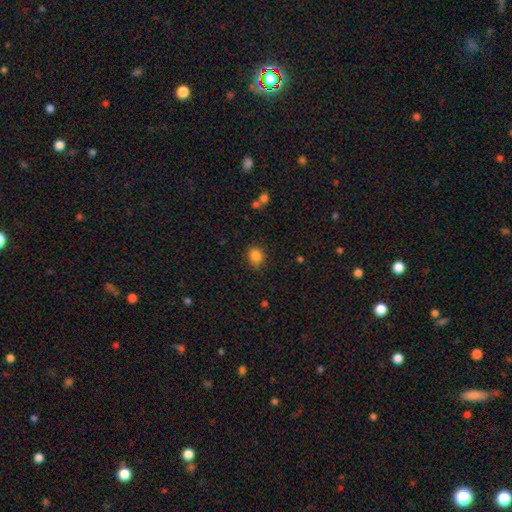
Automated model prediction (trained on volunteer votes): smooth-or-featured: smooth: 86% | star or artifact: 11% | featured or disk: 4%
  how-rounded: round: 58% | in between: 41% | cigar-shaped: 1%
  merging: none: 79% | minor disturbance: 15% | major disturbance: 4% | merger: 2%